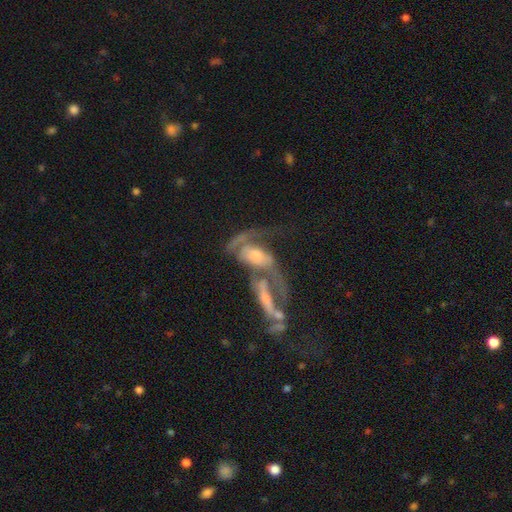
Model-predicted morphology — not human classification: The model was most divided on "bulge size": moderate: 45%, small: 27%, large: 14%, none: 11%, dominant: 3%. More confident: edge-on disk — no (89%); spiral arms — yes (75%); smooth or featured — featured or disk (73%); merging — merger (64%); bar — no (61%).